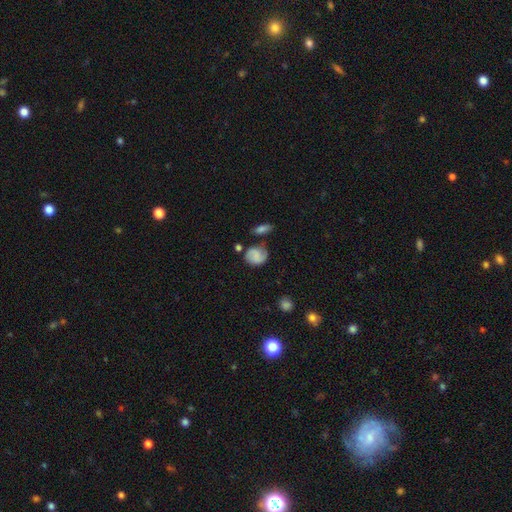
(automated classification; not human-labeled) smooth 60%, featured or disk 31%, star or artifact 9%. Down the decision tree: how rounded — round (67%); merging — none (58%).